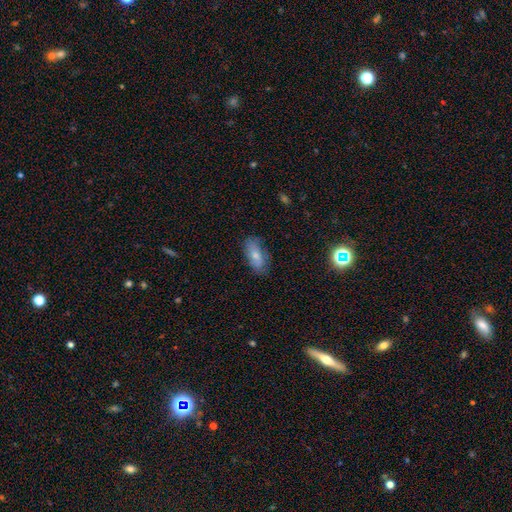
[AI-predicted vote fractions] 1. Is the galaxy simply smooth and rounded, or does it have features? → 72% smooth, 20% featured or disk, 8% star or artifact.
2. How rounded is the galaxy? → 89% in between, 7% cigar-shaped, 4% round.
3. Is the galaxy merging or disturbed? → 73% none, 21% minor disturbance, 5% major disturbance, 2% merger.